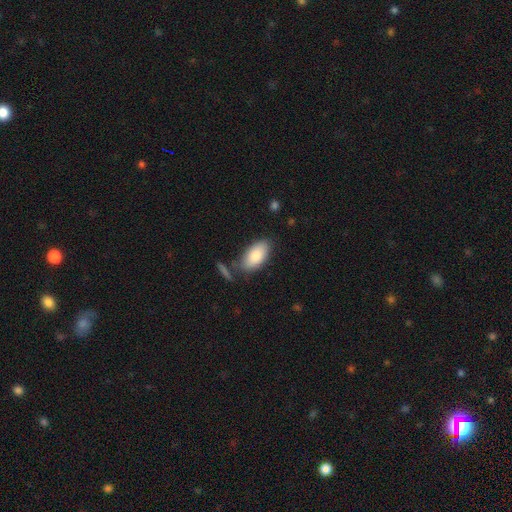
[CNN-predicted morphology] This is clearly a smooth galaxy (84%). How rounded: clearly in between (94%). Merging: likely none (74%).